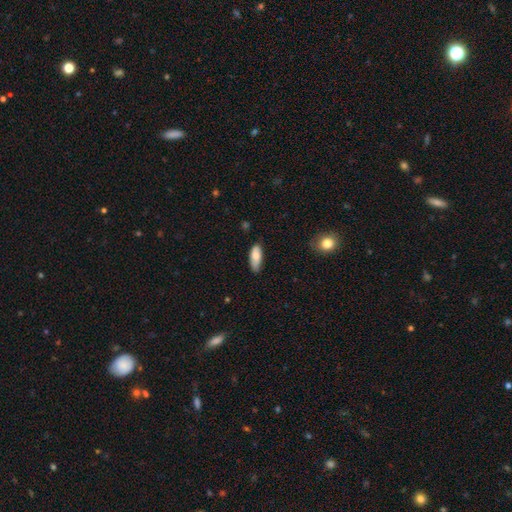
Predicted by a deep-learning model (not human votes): A smooth galaxy with no disk features (81%) that is in between round and cigar-shaped (76%). Merging: none (72%).